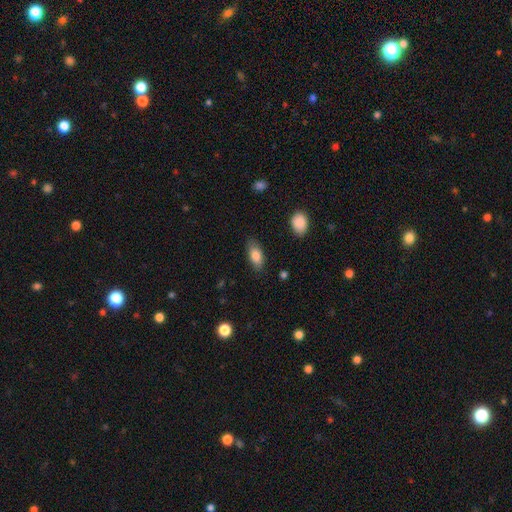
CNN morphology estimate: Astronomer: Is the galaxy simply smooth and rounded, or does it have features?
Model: smooth — 83%.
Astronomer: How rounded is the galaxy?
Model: in between — 88%.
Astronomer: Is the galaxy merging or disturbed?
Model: none — 82%.